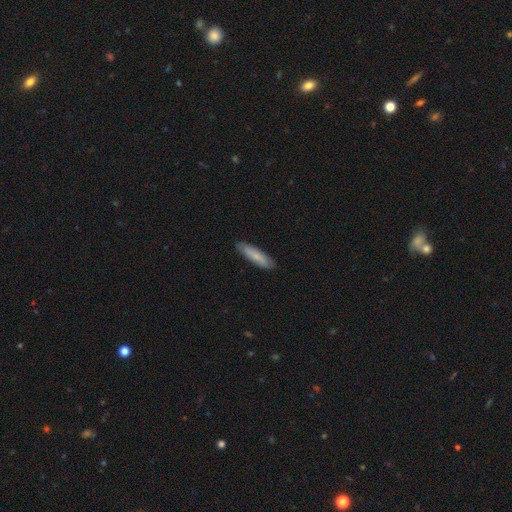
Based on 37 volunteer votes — Smooth or featured? smooth (81%)
How rounded? cigar-shaped (77%)
Merging? none (86%)